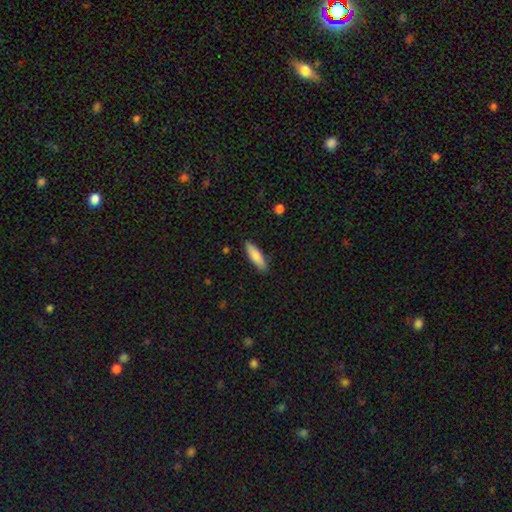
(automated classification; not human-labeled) Smooth or featured?
  - smooth: 84% *
  - featured or disk: 10%
  - star or artifact: 6%
How rounded?
  - cigar-shaped: 55% *
  - in between: 44%
  - round: 2%
Merging?
  - none: 88% *
  - minor disturbance: 9%
  - major disturbance: 2%
  - merger: 1%